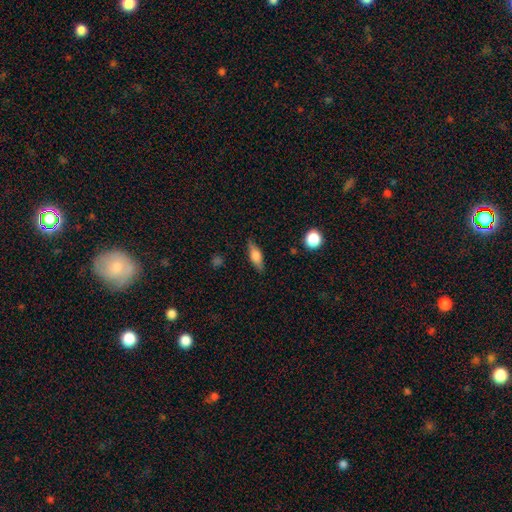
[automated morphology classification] Smooth or featured? Predicted: smooth (p=0.60). How rounded? Predicted: in between (p=0.62). Merging? Predicted: none (p=0.83).